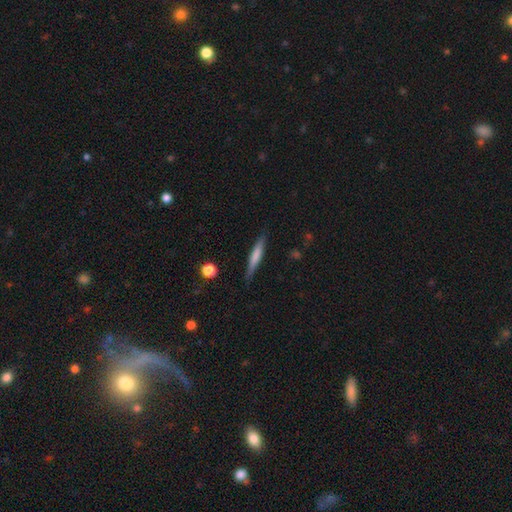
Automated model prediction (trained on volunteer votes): Overall: smooth (62%; featured or disk 31%). How rounded: cigar-shaped (92%). Merging: none (84%).